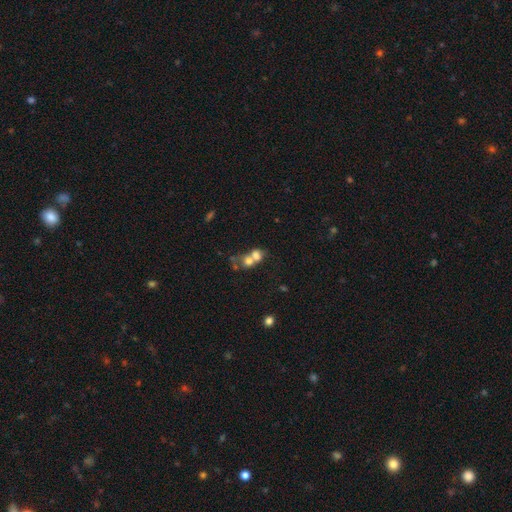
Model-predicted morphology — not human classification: smooth 66%, featured or disk 22%, star or artifact 12%. Down the decision tree: how rounded — round (60%); merging — merger (70%).